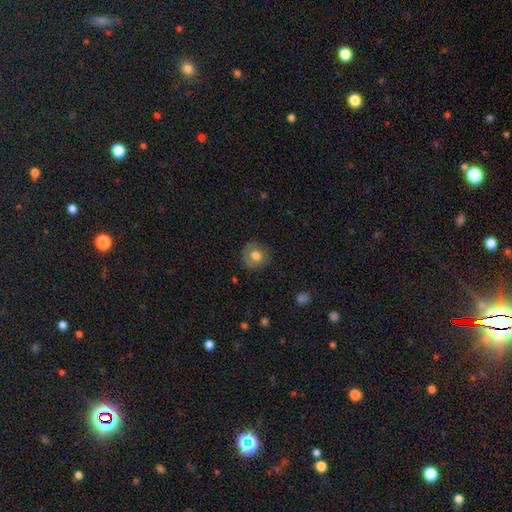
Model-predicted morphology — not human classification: Smooth or featured?
  - smooth: 72% *
  - featured or disk: 19%
  - star or artifact: 9%
How rounded?
  - round: 85% *
  - in between: 14%
  - cigar-shaped: 1%
Merging?
  - none: 78% *
  - minor disturbance: 16%
  - major disturbance: 5%
  - merger: 1%